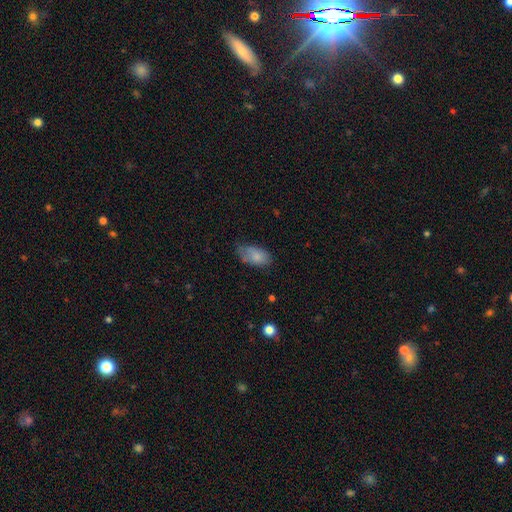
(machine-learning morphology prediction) A smooth galaxy with no disk features (81%) that is in between round and cigar-shaped (93%). Merging: none (54%).